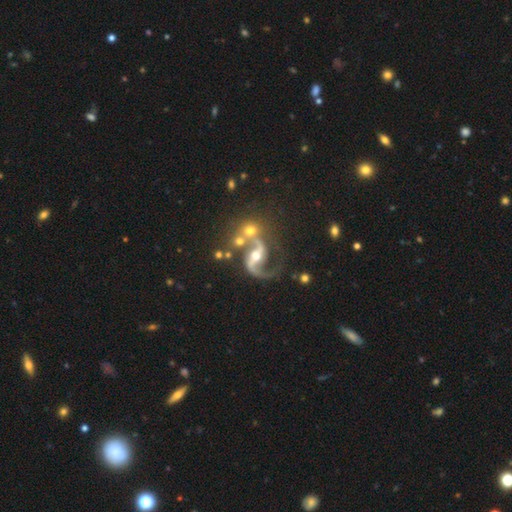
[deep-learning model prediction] smooth-or-featured: featured or disk: 85% | star or artifact: 8% | smooth: 7%
  disk-edge-on: no: 97% | yes: 3%
    bar: no: 38% | weak: 34% | strong: 29%
    has-spiral-arms: yes: 94% | no: 6%
      spiral-winding: loose: 52% | medium: 39% | tight: 8%
      spiral-arm-count: 2: 81% | 1: 14% | can't tell: 2% | 3: 1% | 4: 1% | more than 4: 1%
    bulge-size: moderate: 62% | small: 27% | large: 7% | none: 2% | dominant: 2%
  merging: none: 37% | merger: 36% | major disturbance: 14% | minor disturbance: 13%